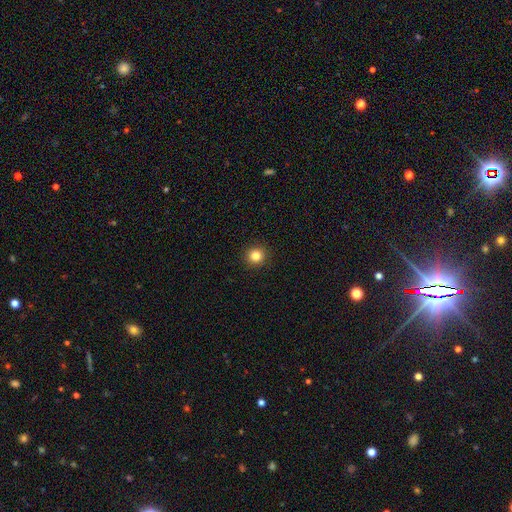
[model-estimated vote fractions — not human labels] smooth 83%, star or artifact 12%, featured or disk 5%. Down the decision tree: how rounded — round (94%); merging — none (93%).